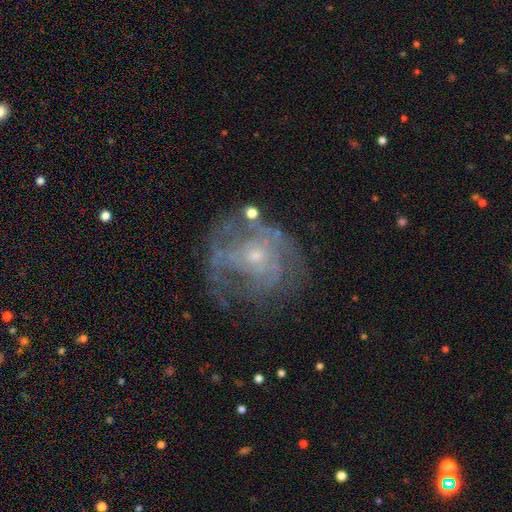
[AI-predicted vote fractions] smooth-or-featured: featured or disk: 74% | smooth: 16% | star or artifact: 10%
  disk-edge-on: no: 97% | yes: 3%
    bar: no: 78% | weak: 19% | strong: 3%
    has-spiral-arms: yes: 69% | no: 31%
    bulge-size: small: 70% | moderate: 24% | none: 4% | large: 1% | dominant: 1%
  merging: none: 57% | minor disturbance: 20% | major disturbance: 19% | merger: 3%